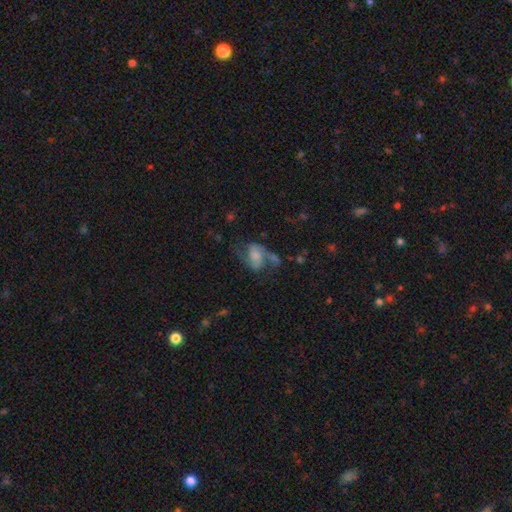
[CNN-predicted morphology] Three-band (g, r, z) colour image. It shows a featured or disk galaxy (69%) with no bar (55%), 2 (86%) loose (46%) spiral arms (89%) and a moderate central bulge (30%). Merging: none (42%).